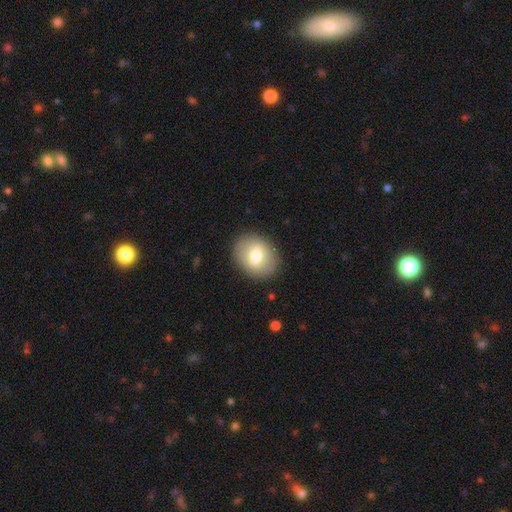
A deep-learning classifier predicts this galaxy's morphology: The model was most divided on "how rounded": in between: 55%, round: 44%, cigar-shaped: 1%. More confident: merging — none (87%); smooth or featured — smooth (69%).